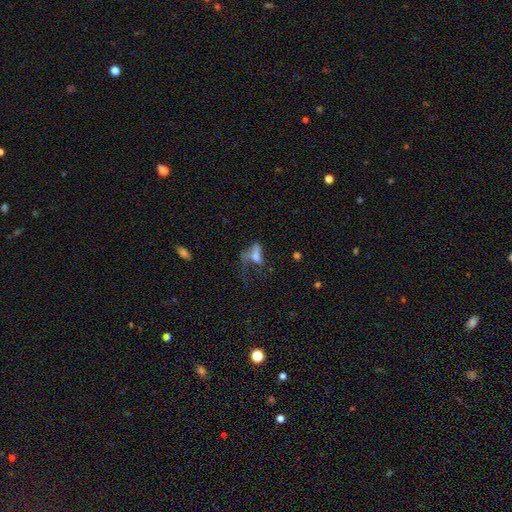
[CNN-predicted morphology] smooth_or_featured: smooth (p=0.47) [alt: featured or disk p=0.38]
merging: major disturbance (p=0.56) [alt: none p=0.19]